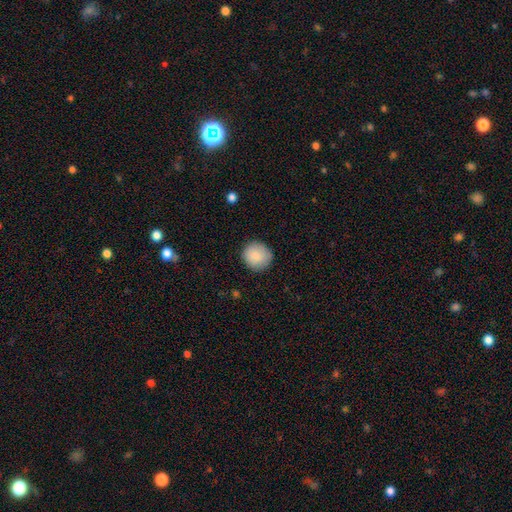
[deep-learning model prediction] Morphology: type=smooth (88%); roundness=round (92%); merging=none (87%).